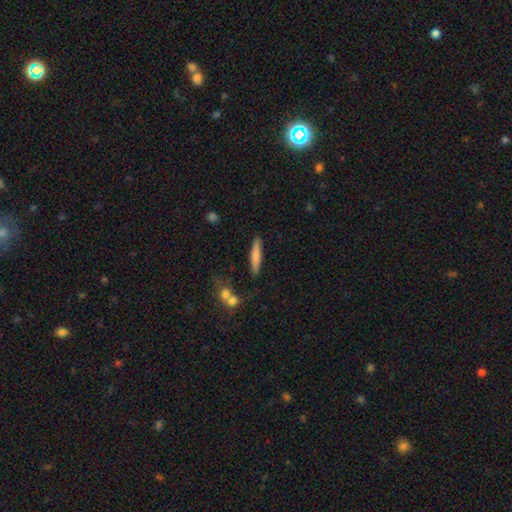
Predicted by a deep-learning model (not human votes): Overall: smooth (74%). How rounded: cigar-shaped (89%). Merging: none (87%).